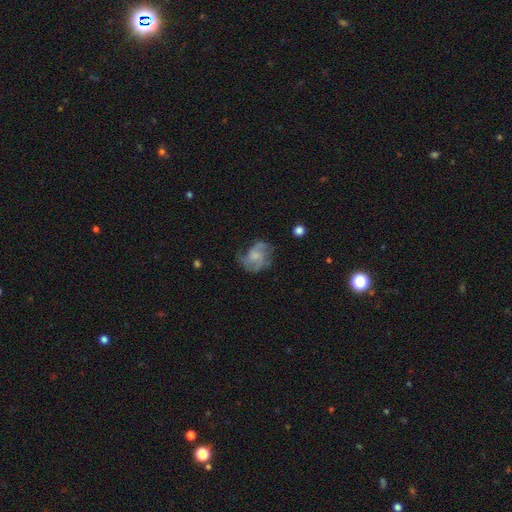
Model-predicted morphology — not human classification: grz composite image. It shows a featured or disk galaxy (61%) with no bar (70%), spiral arms (82%) and a small central bulge (37%). Merging: none (48%).